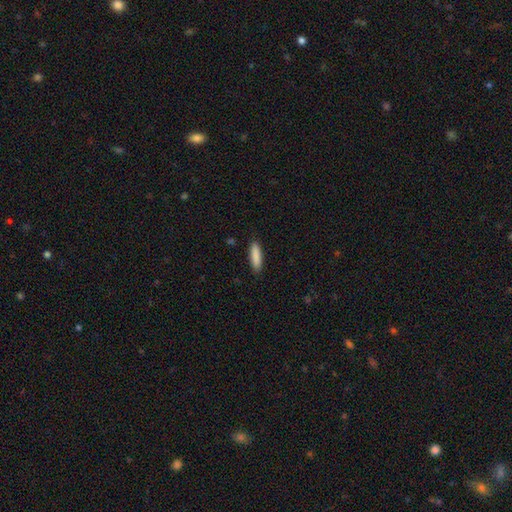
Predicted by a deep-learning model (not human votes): smooth-or-featured: smooth: 88% | star or artifact: 6% | featured or disk: 6%
  how-rounded: cigar-shaped: 71% | in between: 28% | round: 1%
  merging: none: 88% | minor disturbance: 9% | major disturbance: 2% | merger: 1%